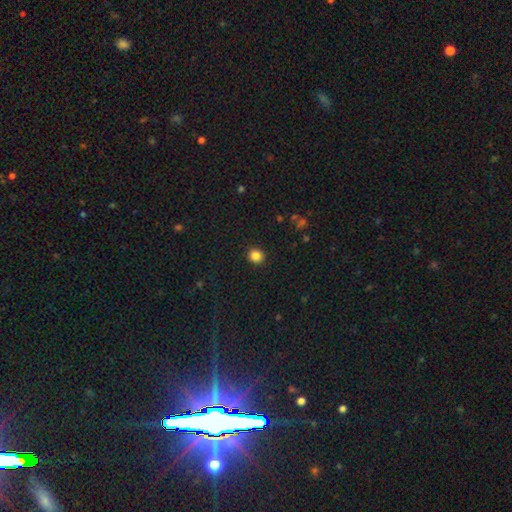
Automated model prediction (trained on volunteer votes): Morphology: type=smooth (85%); roundness=round (87%); merging=none (92%).